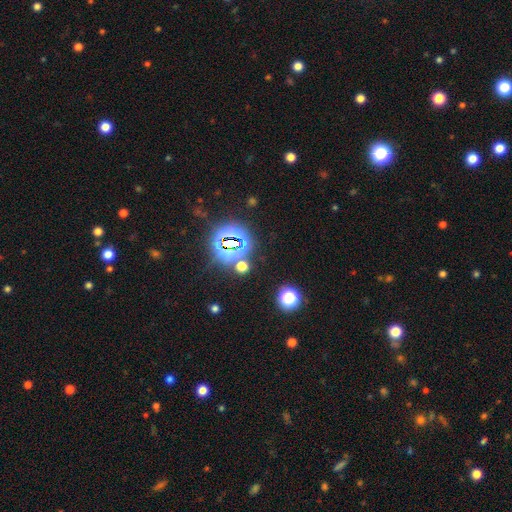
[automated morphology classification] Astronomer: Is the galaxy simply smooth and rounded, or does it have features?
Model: star or artifact — 84%.